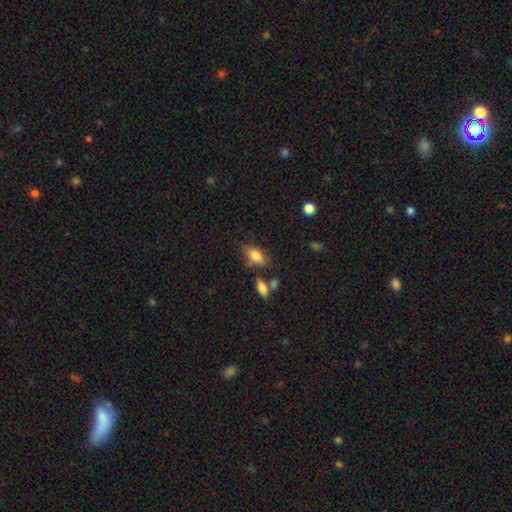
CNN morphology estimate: type=smooth (75%); roundness=in between (83%); merging=none (64%).